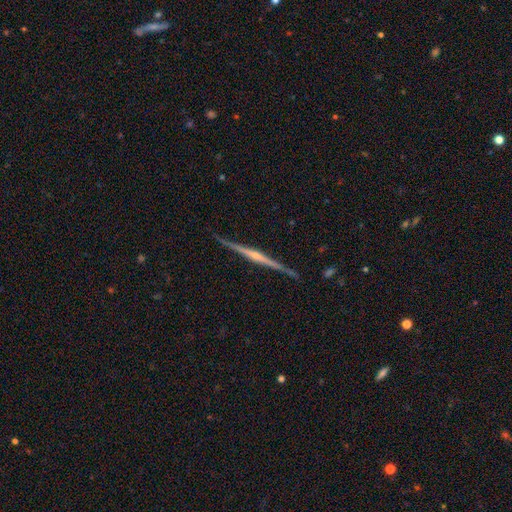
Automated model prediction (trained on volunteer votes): Overall: featured or disk (85%). Edge-on disk: yes (98%). Edge-on bulge: rounded (71%). Merging: none (88%).